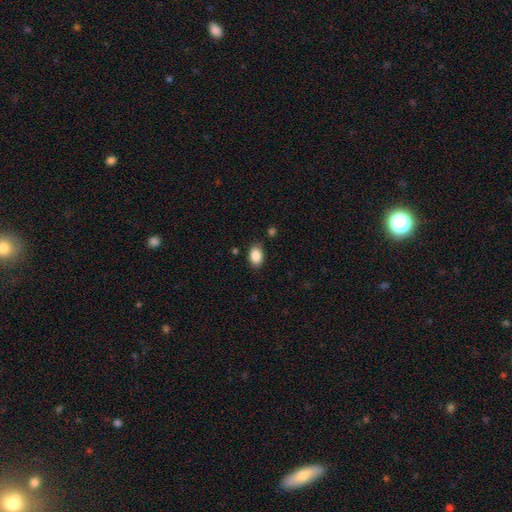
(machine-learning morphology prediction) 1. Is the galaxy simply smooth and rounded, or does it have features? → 88% smooth, 8% star or artifact, 4% featured or disk.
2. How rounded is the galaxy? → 83% in between, 16% round, 1% cigar-shaped.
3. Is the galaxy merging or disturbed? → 84% none, 11% minor disturbance, 3% major disturbance, 2% merger.